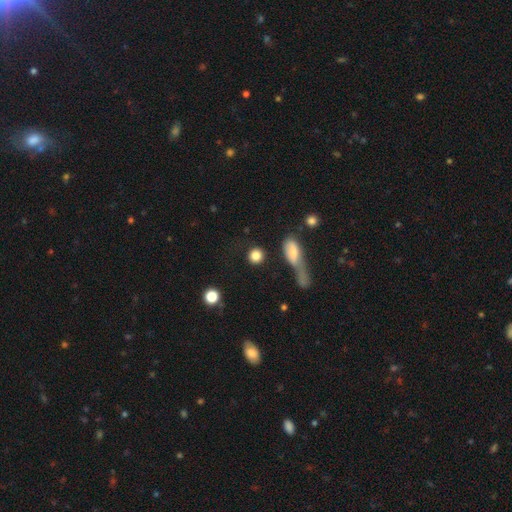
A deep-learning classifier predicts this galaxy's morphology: Overall: smooth (83%). How rounded: round (85%). Merging: none (74%).